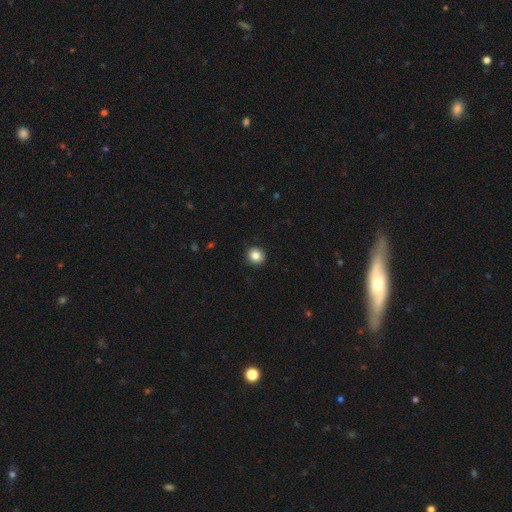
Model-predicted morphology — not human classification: smooth 84%, star or artifact 10%, featured or disk 6%. Down the decision tree: how rounded — round (91%); merging — none (90%).